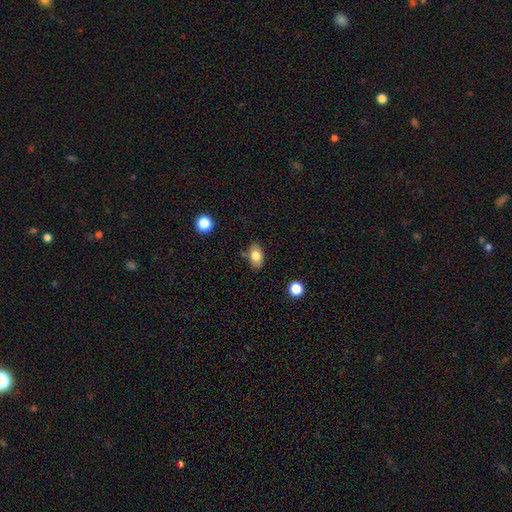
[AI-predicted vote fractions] smooth_or_featured: smooth (p=0.80) [alt: featured or disk p=0.12]
how_rounded: in between (p=0.87) [alt: round p=0.12]
merging: none (p=0.80) [alt: minor disturbance p=0.13]